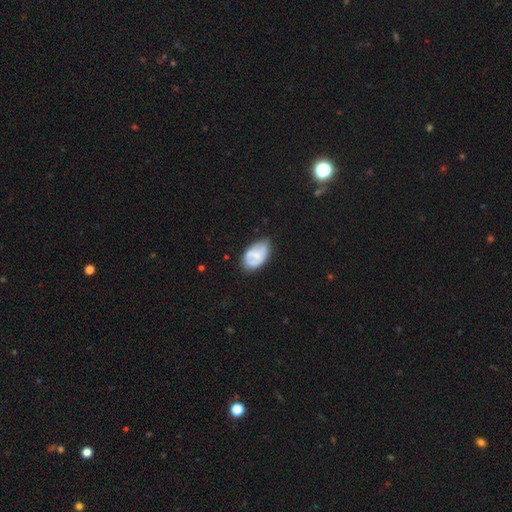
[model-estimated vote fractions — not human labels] smooth_or_featured: smooth (p=0.55) [alt: featured or disk p=0.37]
how_rounded: in between (p=0.92) [alt: round p=0.06]
merging: none (p=0.53) [alt: minor disturbance p=0.35]